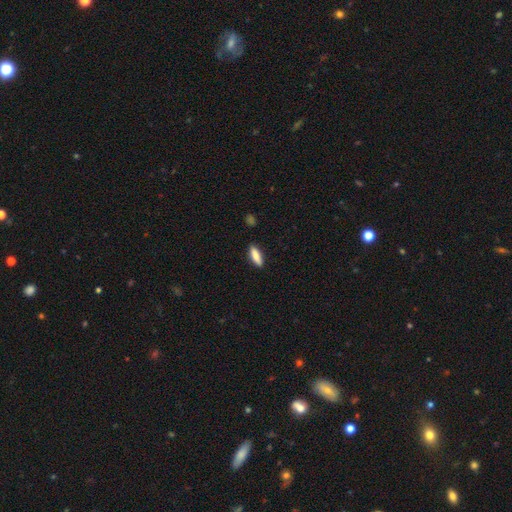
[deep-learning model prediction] This appears to be a smooth galaxy with no disk features (78%) that is cigar-shaped (52%). Merging: none (87%).